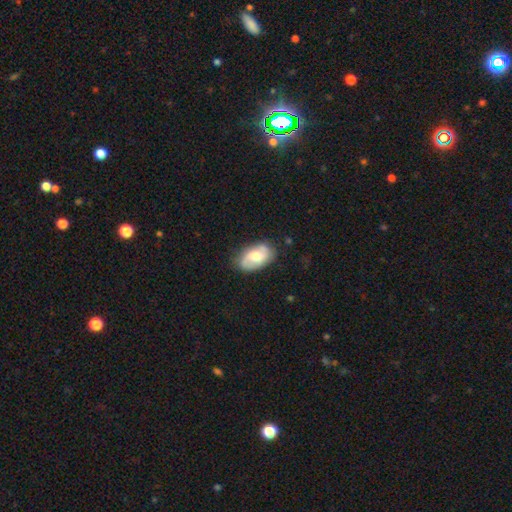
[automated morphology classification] smooth_or_featured: featured or disk (p=0.51) [alt: smooth p=0.43]
disk_edge_on: no (p=0.95) [alt: yes p=0.05]
merging: none (p=0.74) [alt: minor disturbance p=0.20]